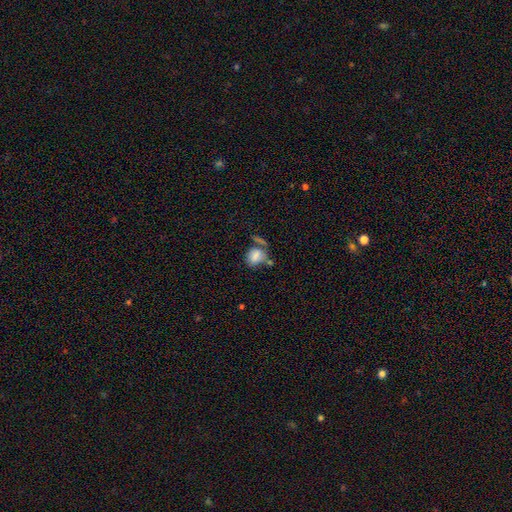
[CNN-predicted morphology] The model was most divided on "merging": none: 39%, merger: 27%, minor disturbance: 20%, major disturbance: 14%. More confident: smooth or featured — smooth (76%); how rounded — in between (64%).